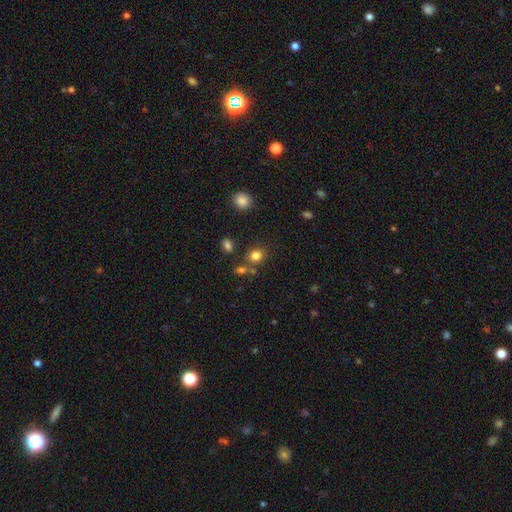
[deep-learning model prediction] The model was most divided on "how rounded": round: 76%, in between: 23%, cigar-shaped: 1%. More confident: smooth or featured — smooth (80%); merging — none (72%).